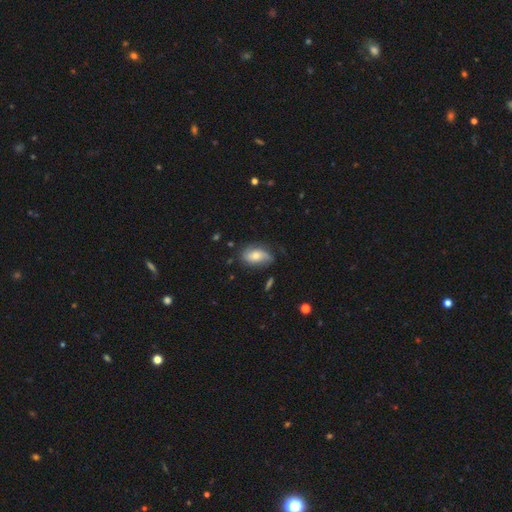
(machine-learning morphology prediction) This is possibly a smooth galaxy (49%). Merging: likely none (64%).